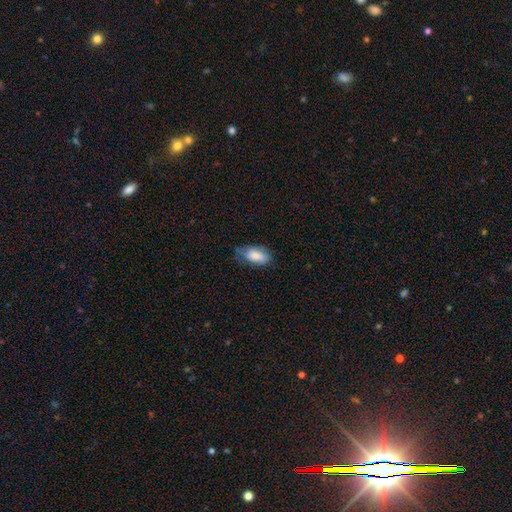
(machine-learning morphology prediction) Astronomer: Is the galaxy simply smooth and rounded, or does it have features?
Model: smooth — 80%.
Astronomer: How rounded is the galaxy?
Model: in between — 92%.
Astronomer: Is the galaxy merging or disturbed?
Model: none — 58%.